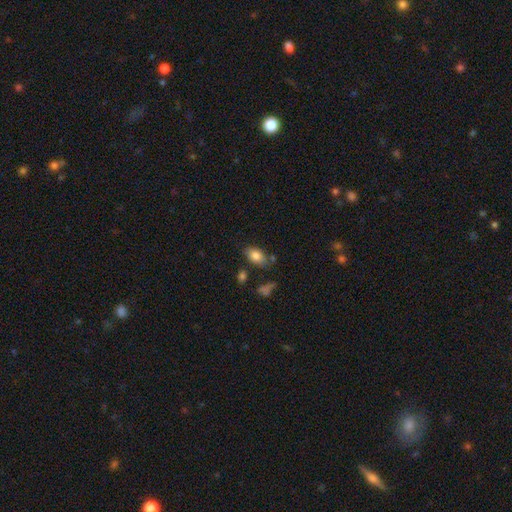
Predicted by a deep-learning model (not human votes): Smooth or featured? Predicted: smooth (p=0.82). How rounded? Predicted: in between (p=0.89). Merging? Predicted: none (p=0.71).